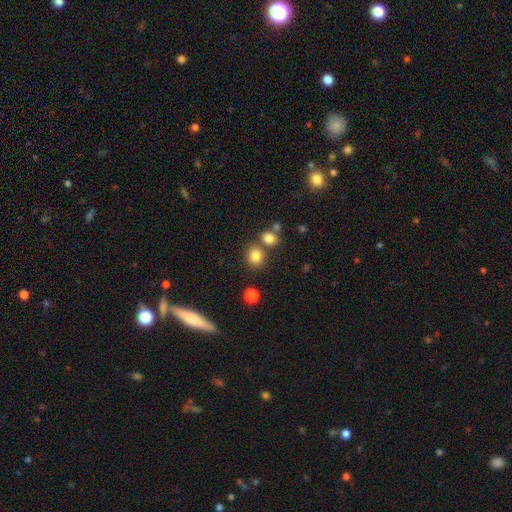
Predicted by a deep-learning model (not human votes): Morphology: type=smooth (82%); roundness=round (78%); merging=none (69%).